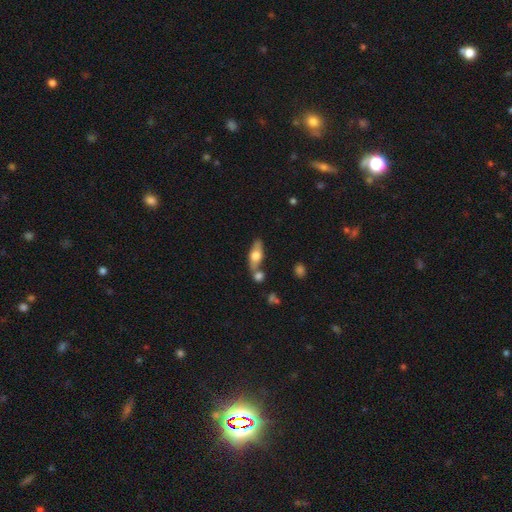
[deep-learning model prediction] Smooth or featured: smooth — 57% (featured or disk — 37%)
How rounded: in between — 67% (cigar-shaped — 28%)
Merging: none — 59% (merger — 23%)